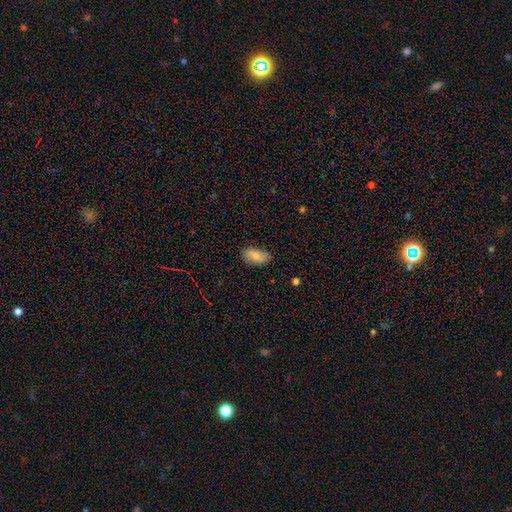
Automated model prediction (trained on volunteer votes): Q: Smooth or featured?
A: smooth (83%); runner-up: featured or disk (10%)
Q: How rounded?
A: in between (93%); runner-up: round (4%)
Q: Merging?
A: none (79%); runner-up: minor disturbance (17%)